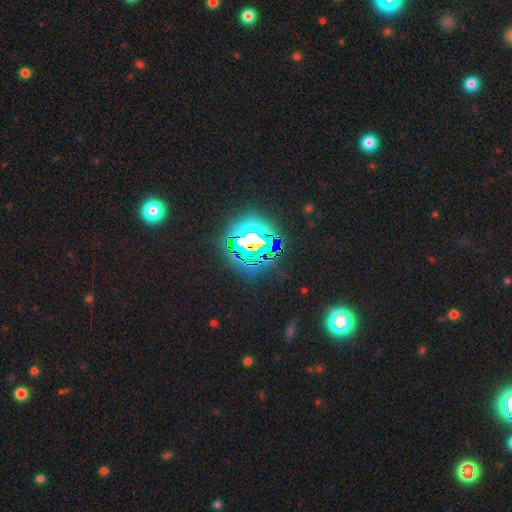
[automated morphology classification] Q: Smooth or featured?
A: star or artifact (81%); runner-up: smooth (10%)